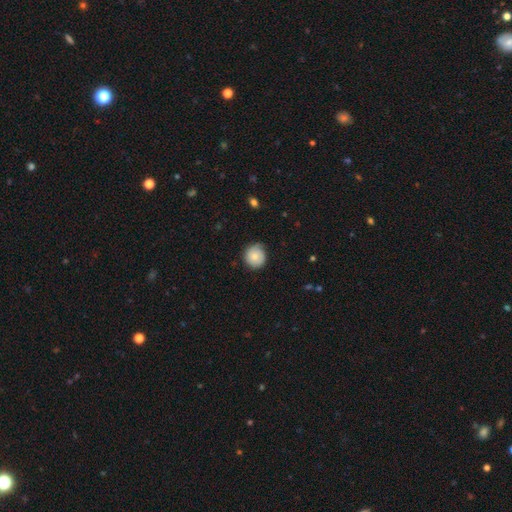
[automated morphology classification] This appears to be a smooth galaxy with no disk features (64%) that is round (87%). Merging: none (72%).